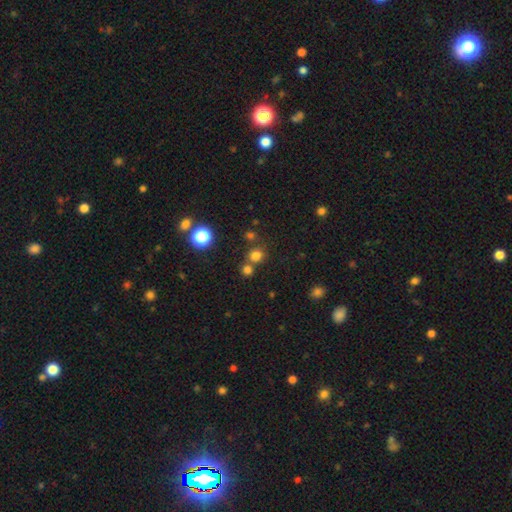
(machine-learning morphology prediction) type=smooth (72%); roundness=round (89%); merging=none (67%).